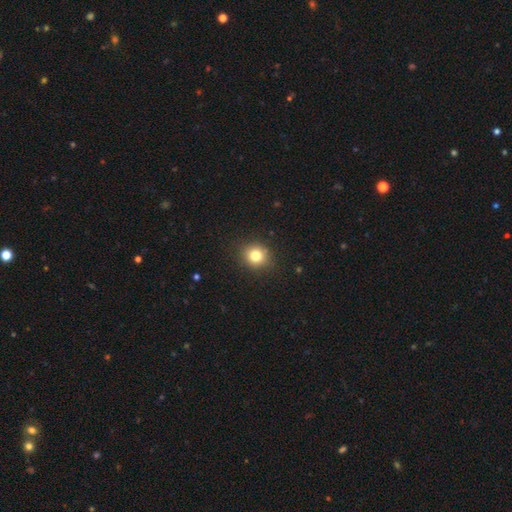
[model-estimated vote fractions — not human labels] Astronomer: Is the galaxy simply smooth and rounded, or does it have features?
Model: smooth — 80%.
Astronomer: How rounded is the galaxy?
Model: round — 84%.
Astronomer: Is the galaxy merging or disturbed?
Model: none — 89%.